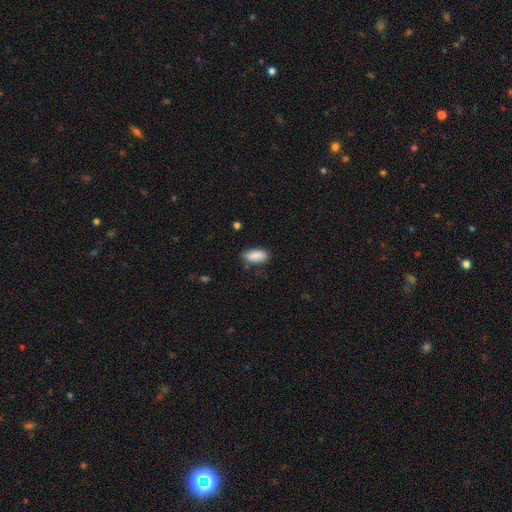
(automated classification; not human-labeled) Smooth or featured? smooth (89%)
How rounded? in between (90%)
Merging? none (75%)